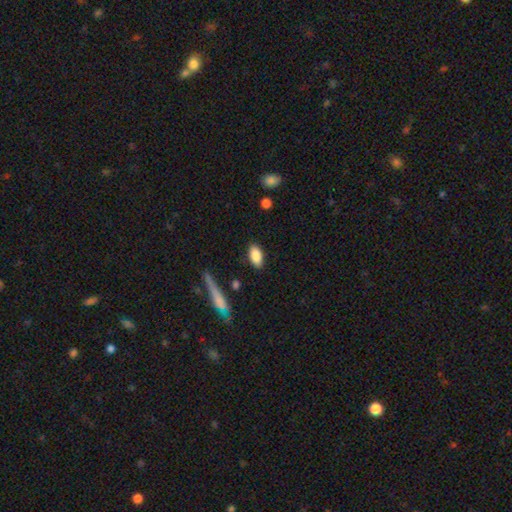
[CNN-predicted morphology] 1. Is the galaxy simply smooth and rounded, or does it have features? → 87% smooth, 6% star or artifact, 6% featured or disk.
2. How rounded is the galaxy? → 92% in between, 5% cigar-shaped, 4% round.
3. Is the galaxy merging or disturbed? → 85% none, 11% minor disturbance, 2% major disturbance, 2% merger.